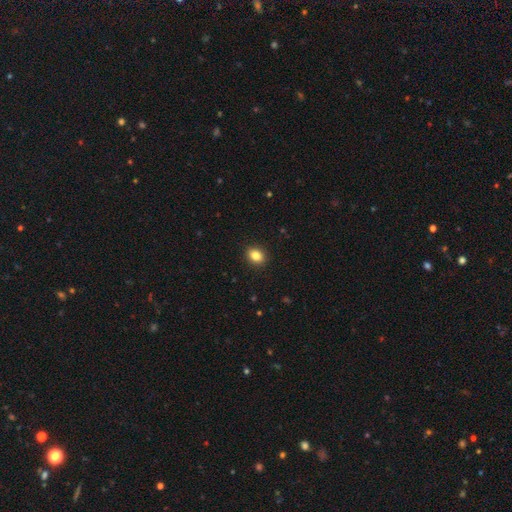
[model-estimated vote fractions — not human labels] Smooth or featured?
  - smooth: 85% *
  - star or artifact: 10%
  - featured or disk: 5%
How rounded?
  - in between: 53% *
  - round: 46%
  - cigar-shaped: 1%
Merging?
  - none: 91% *
  - minor disturbance: 6%
  - major disturbance: 2%
  - merger: 1%